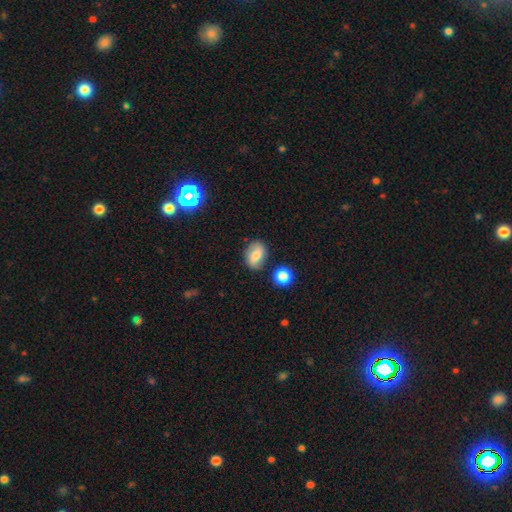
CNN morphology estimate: smooth-or-featured: smooth: 68% | featured or disk: 23% | star or artifact: 9%
  how-rounded: in between: 73% | round: 25% | cigar-shaped: 2%
  merging: none: 78% | minor disturbance: 14% | merger: 4% | major disturbance: 3%